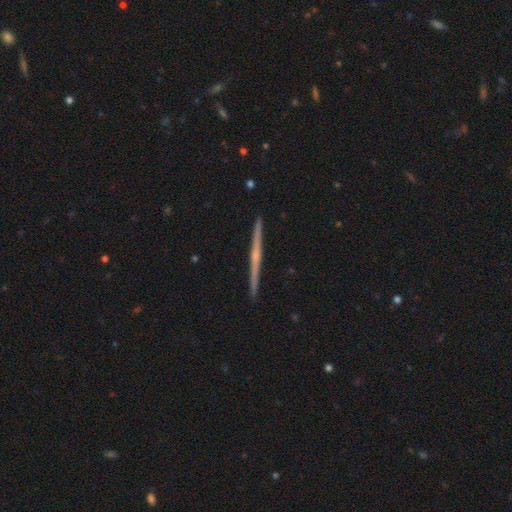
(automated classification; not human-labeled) featured or disk 78%, smooth 17%, star or artifact 5%. Down the decision tree: edge-on disk — yes (99%); edge-on bulge — rounded (51%); merging — none (94%).